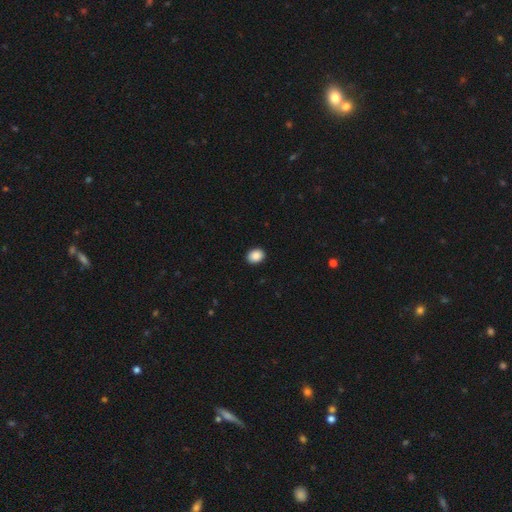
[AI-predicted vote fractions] Q: Smooth or featured?
A: smooth (90%); runner-up: star or artifact (8%)
Q: How rounded?
A: in between (57%); runner-up: round (42%)
Q: Merging?
A: none (91%); runner-up: minor disturbance (6%)